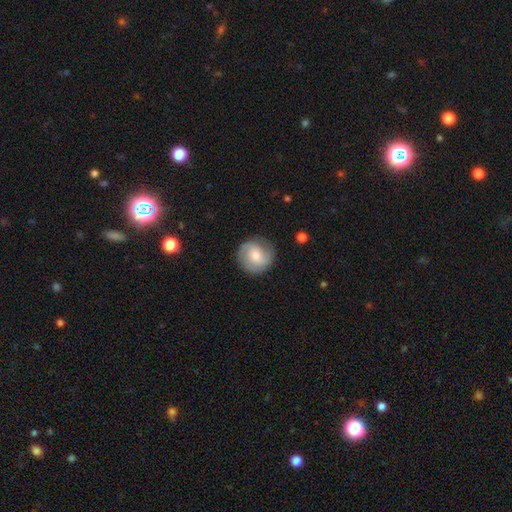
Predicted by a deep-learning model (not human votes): smooth-or-featured: featured or disk: 51% | smooth: 43% | star or artifact: 7%
  disk-edge-on: no: 97% | yes: 3%
  merging: none: 83% | minor disturbance: 12% | major disturbance: 4% | merger: 1%